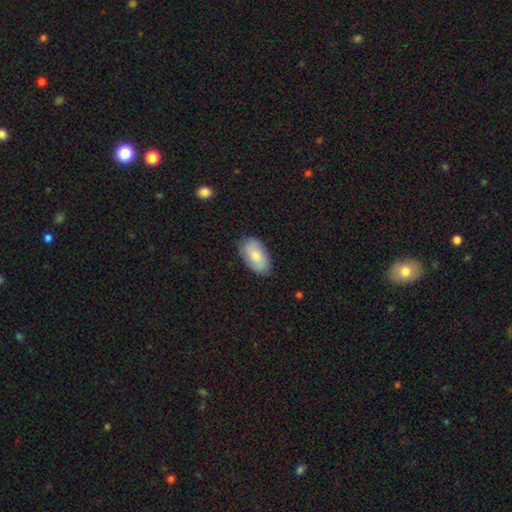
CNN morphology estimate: smooth 74%, featured or disk 20%, star or artifact 6%. Down the decision tree: how rounded — in between (94%); merging — none (83%).